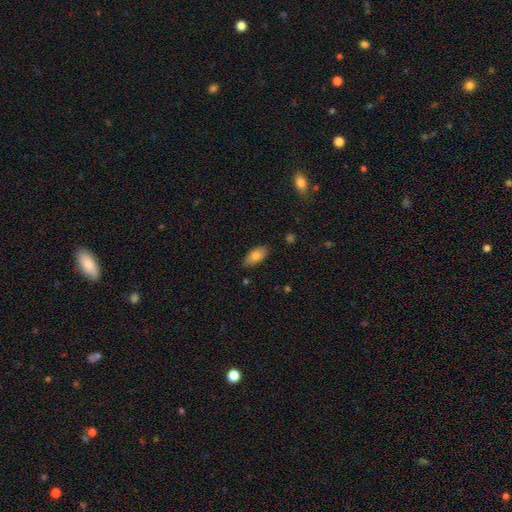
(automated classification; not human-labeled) Overall: smooth (80%). How rounded: in between (90%). Merging: none (84%).